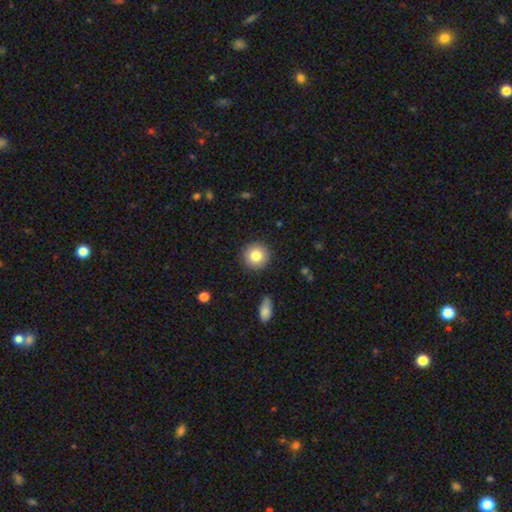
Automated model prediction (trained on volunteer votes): Smooth or featured?
  - smooth: 82% *
  - featured or disk: 9%
  - star or artifact: 9%
How rounded?
  - round: 94% *
  - in between: 5%
  - cigar-shaped: 1%
Merging?
  - none: 90% *
  - minor disturbance: 7%
  - major disturbance: 2%
  - merger: 1%